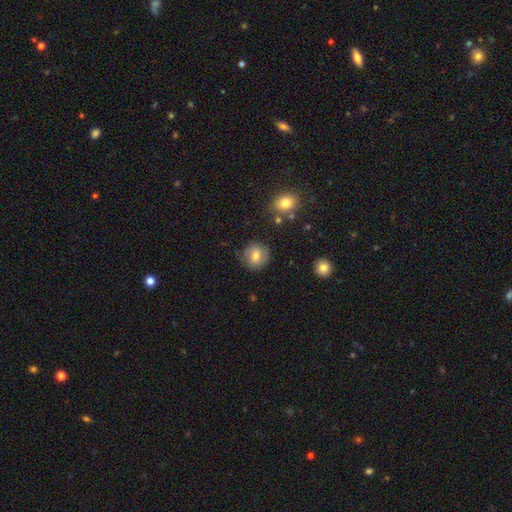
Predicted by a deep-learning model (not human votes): Smooth or featured? Predicted: smooth (p=0.72). How rounded? Predicted: round (p=0.89). Merging? Predicted: none (p=0.84).